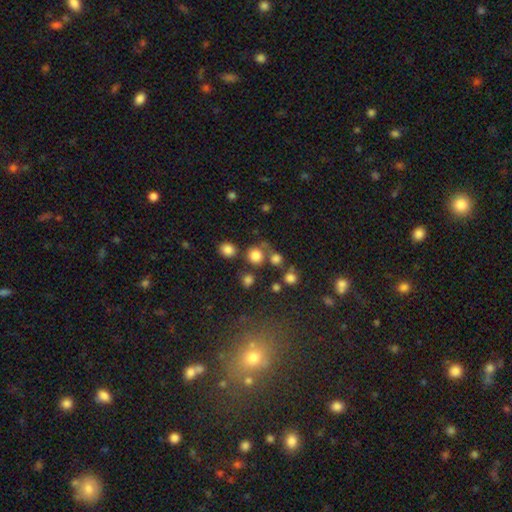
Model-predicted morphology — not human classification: Smooth or featured? smooth (78%)
How rounded? round (88%)
Merging? none (68%)